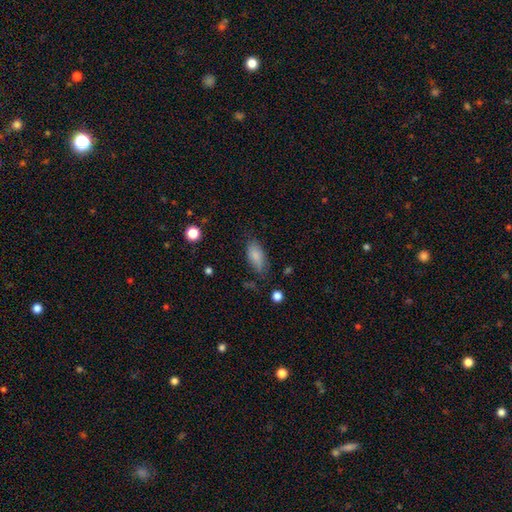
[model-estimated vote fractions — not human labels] This appears to be a smooth galaxy with no disk features (81%) that is in between round and cigar-shaped (90%). Merging: none (66%).